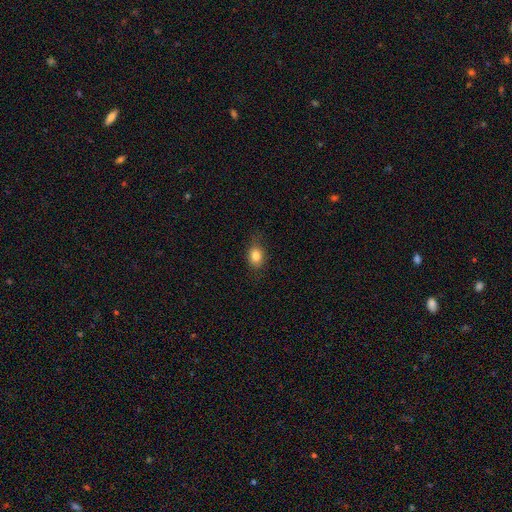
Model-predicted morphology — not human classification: A smooth galaxy with no disk features (83%) that is in between round and cigar-shaped (61%).

Vote fractions:
- Smooth or featured? smooth: 83% / star or artifact: 10% / featured or disk: 8%
- How rounded? in between: 61% / round: 37% / cigar-shaped: 2%
- Merging? none: 72% / minor disturbance: 22% / major disturbance: 6% / merger: 1%